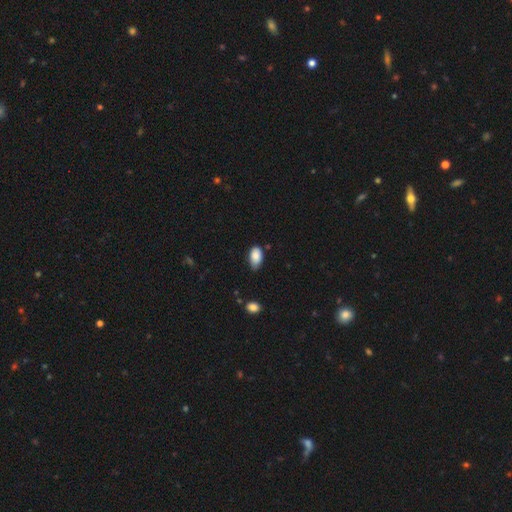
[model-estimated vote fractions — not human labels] Smooth or featured?
  - smooth: 85% *
  - star or artifact: 8%
  - featured or disk: 7%
How rounded?
  - in between: 93% *
  - round: 5%
  - cigar-shaped: 2%
Merging?
  - none: 56% *
  - minor disturbance: 37%
  - major disturbance: 5%
  - merger: 2%